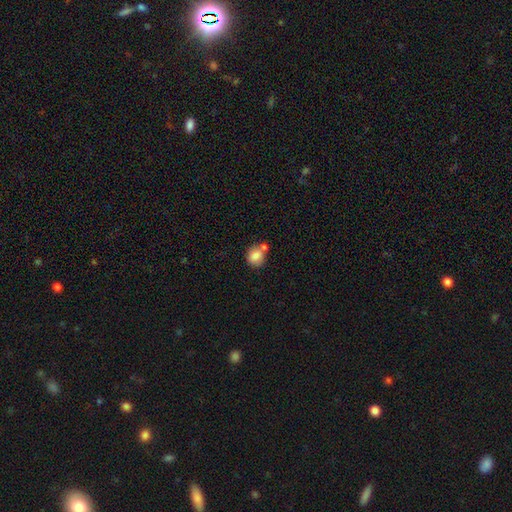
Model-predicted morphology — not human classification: Smooth or featured? Predicted: smooth (p=0.83). How rounded? Predicted: round (p=0.73). Merging? Predicted: none (p=0.49).